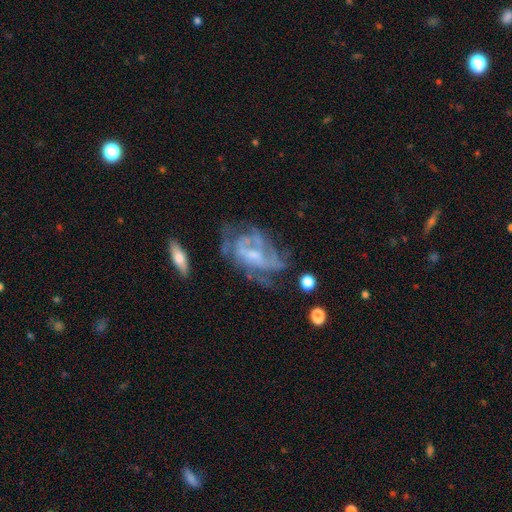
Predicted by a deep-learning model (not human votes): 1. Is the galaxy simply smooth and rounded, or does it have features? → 76% featured or disk, 15% smooth, 9% star or artifact.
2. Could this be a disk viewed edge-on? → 95% no, 5% yes.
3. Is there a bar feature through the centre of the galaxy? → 52% no, 37% weak, 11% strong.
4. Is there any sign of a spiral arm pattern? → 64% yes, 36% no.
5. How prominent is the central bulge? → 45% small, 28% moderate, 22% none, 3% large, 1% dominant.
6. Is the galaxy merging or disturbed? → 37% none, 35% major disturbance, 22% minor disturbance, 7% merger.